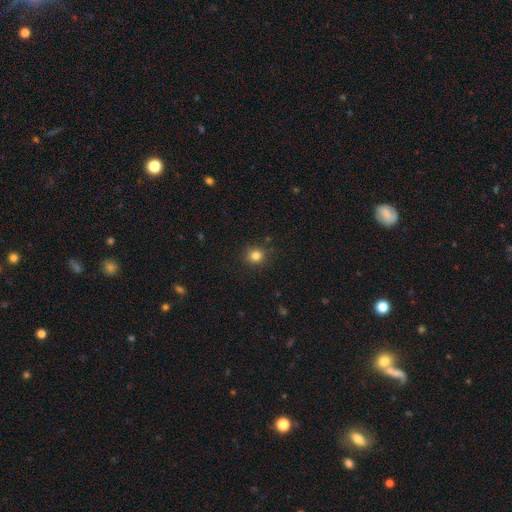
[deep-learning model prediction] Q: Smooth or featured?
A: smooth (82%); runner-up: star or artifact (13%)
Q: How rounded?
A: round (88%); runner-up: in between (11%)
Q: Merging?
A: none (85%); runner-up: minor disturbance (11%)